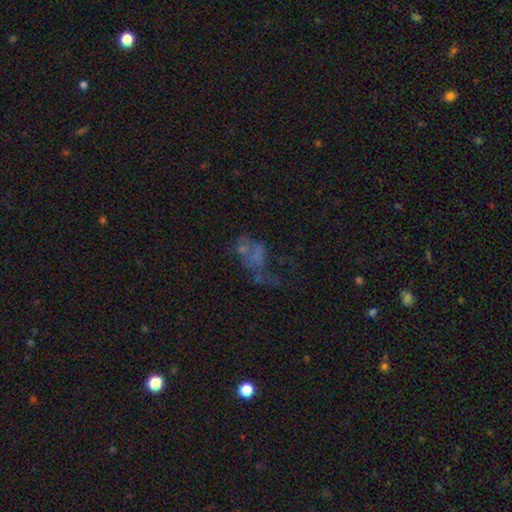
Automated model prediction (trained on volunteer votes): featured or disk 43%, smooth 33%, star or artifact 24%. Down the decision tree: merging — major disturbance (40%).